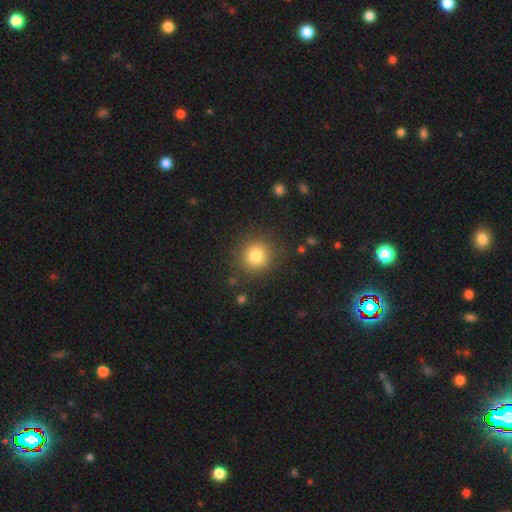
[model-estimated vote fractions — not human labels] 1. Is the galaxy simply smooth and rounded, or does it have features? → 81% smooth, 11% star or artifact, 7% featured or disk.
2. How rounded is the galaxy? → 91% round, 9% in between, 1% cigar-shaped.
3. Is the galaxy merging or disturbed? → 86% none, 9% minor disturbance, 4% major disturbance, 2% merger.